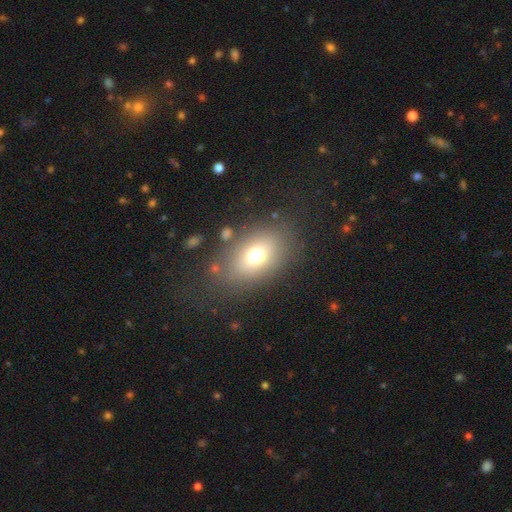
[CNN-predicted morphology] smooth-or-featured: smooth: 70% | featured or disk: 16% | star or artifact: 15%
  how-rounded: in between: 71% | round: 28% | cigar-shaped: 2%
  merging: none: 77% | minor disturbance: 12% | major disturbance: 8% | merger: 3%